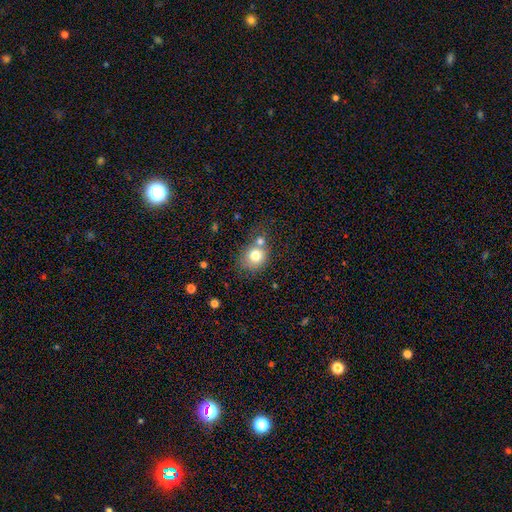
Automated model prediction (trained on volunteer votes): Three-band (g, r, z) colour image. It shows a smooth galaxy with no disk features (75%) that is round (70%). Merging: none (49%).